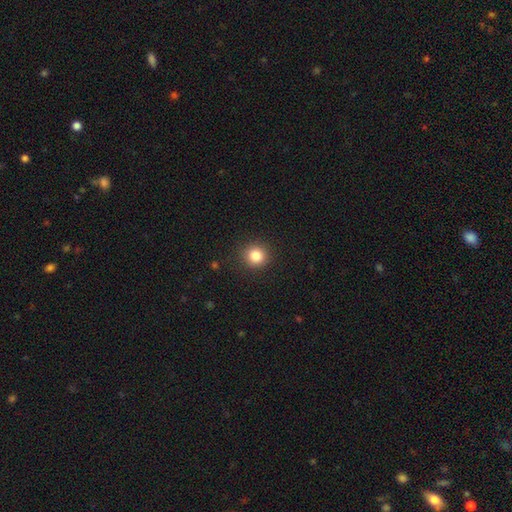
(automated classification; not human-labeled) Smooth or featured?
  - smooth: 83% *
  - star or artifact: 12%
  - featured or disk: 5%
How rounded?
  - round: 92% *
  - in between: 7%
  - cigar-shaped: 1%
Merging?
  - none: 91% *
  - minor disturbance: 6%
  - major disturbance: 2%
  - merger: 1%